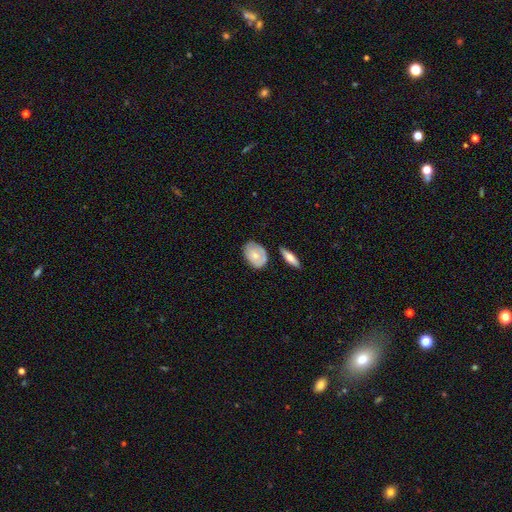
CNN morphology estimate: The model was most divided on "smooth or featured": smooth: 59%, featured or disk: 36%, star or artifact: 6%. More confident: how rounded — in between (78%); merging — none (64%).